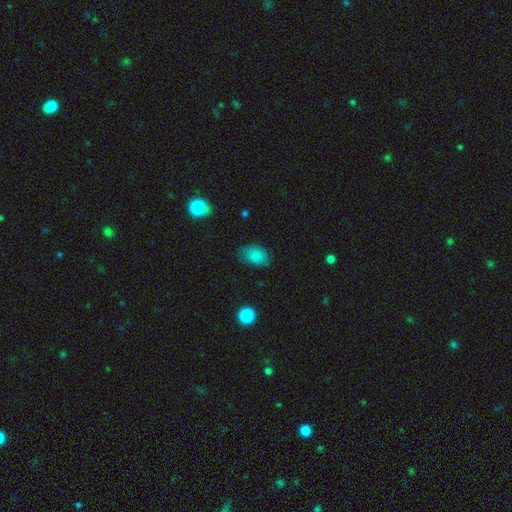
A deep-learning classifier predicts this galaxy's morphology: This appears to be a smooth galaxy with no disk features (85%) that is in between round and cigar-shaped (86%). Merging: none (73%).